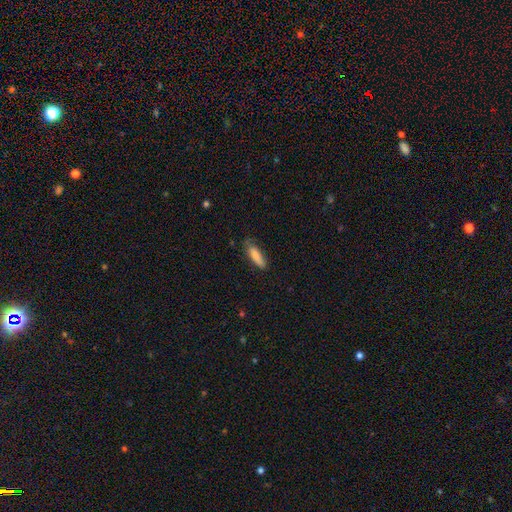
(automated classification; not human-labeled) The model was most divided on "how rounded": cigar-shaped: 53%, in between: 45%, round: 2%. More confident: smooth or featured — smooth (81%); merging — none (65%).